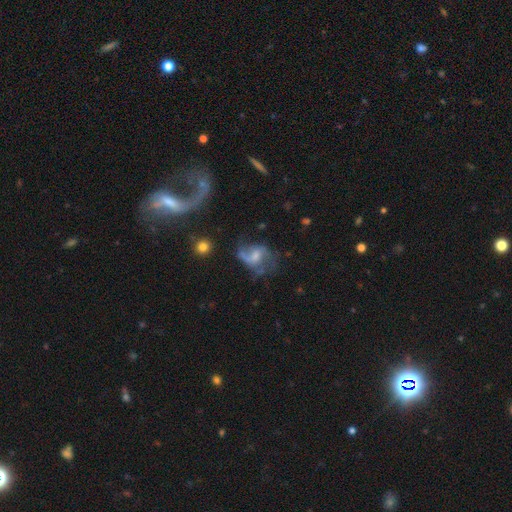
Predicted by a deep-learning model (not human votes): Q: Smooth or featured?
A: featured or disk (70%); runner-up: smooth (19%)
Q: Edge-on disk?
A: no (97%); runner-up: yes (3%)
Q: Bar?
A: no (46%); runner-up: weak (44%)
Q: Spiral arms?
A: yes (82%); runner-up: no (18%)
Q: Spiral winding?
A: loose (60%); runner-up: medium (32%)
Q: Spiral arm count?
A: 2 (65%); runner-up: 1 (14%)
Q: Bulge size?
A: moderate (40%); runner-up: small (35%)
Q: Merging?
A: none (44%); runner-up: major disturbance (30%)